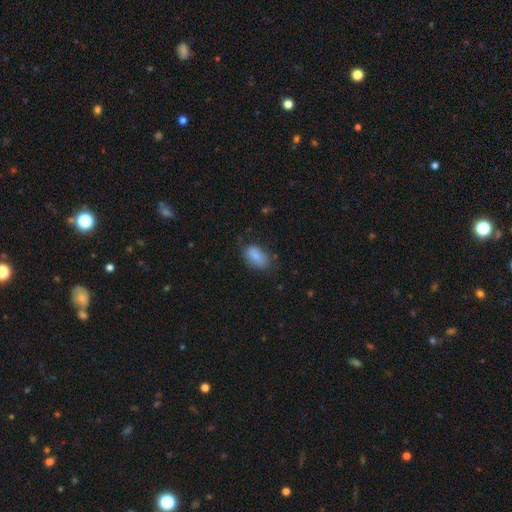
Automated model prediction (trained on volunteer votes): Smooth or featured? smooth (84%)
How rounded? in between (91%)
Merging? none (63%)